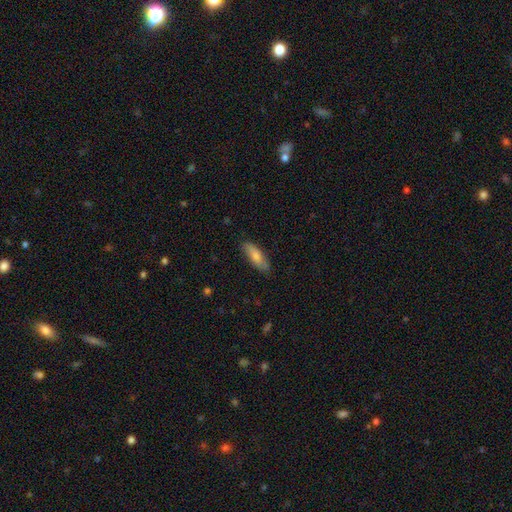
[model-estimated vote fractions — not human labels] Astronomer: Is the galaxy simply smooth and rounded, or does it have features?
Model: smooth — 76%.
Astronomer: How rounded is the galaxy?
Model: in between — 57% (runner-up: cigar-shaped, 41%).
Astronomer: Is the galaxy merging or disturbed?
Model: none — 84%.